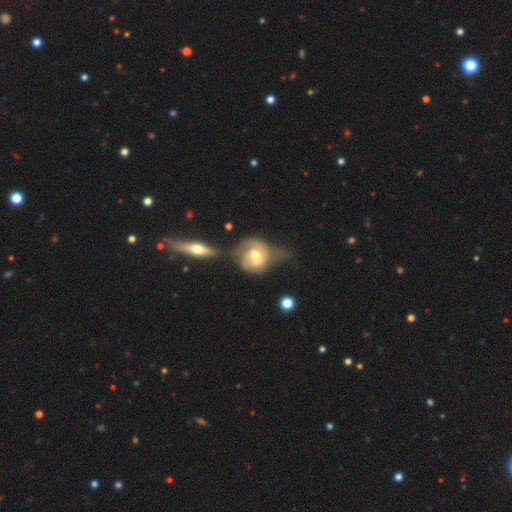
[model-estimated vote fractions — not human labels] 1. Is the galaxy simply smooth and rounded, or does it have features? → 61% featured or disk, 32% smooth, 6% star or artifact.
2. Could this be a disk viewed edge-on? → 94% no, 6% yes.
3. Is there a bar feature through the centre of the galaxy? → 51% no, 38% weak, 11% strong.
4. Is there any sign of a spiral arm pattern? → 72% yes, 28% no.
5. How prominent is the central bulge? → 72% moderate, 16% small, 10% large, 1% none, 1% dominant.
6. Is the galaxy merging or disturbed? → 29% none, 24% major disturbance, 24% minor disturbance, 23% merger.